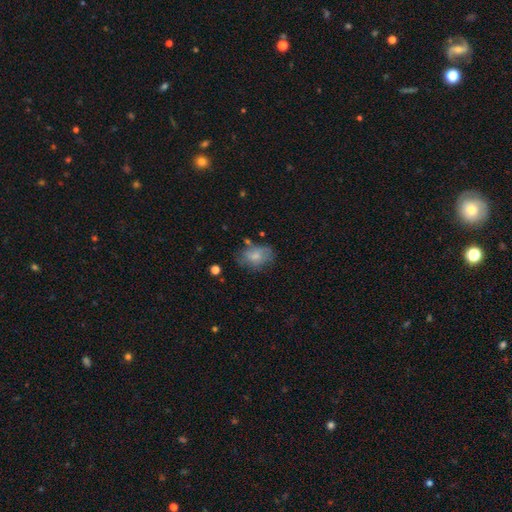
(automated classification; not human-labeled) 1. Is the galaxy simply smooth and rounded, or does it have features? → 69% smooth, 22% featured or disk, 9% star or artifact.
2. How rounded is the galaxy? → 74% in between, 24% round, 1% cigar-shaped.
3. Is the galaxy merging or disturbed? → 53% none, 27% minor disturbance, 14% major disturbance, 5% merger.